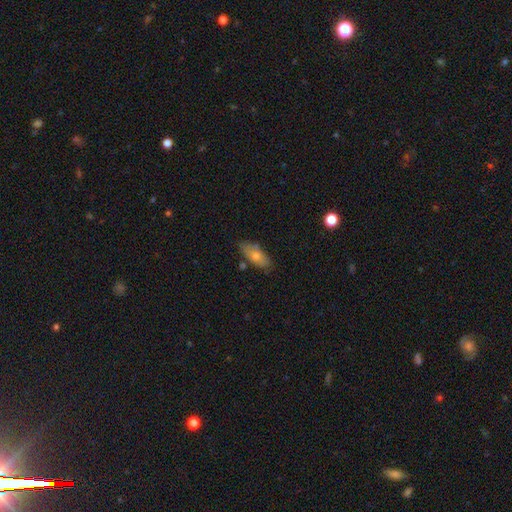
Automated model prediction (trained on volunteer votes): smooth_or_featured: smooth (p=0.63) [alt: featured or disk p=0.29]
how_rounded: in between (p=0.77) [alt: cigar-shaped p=0.19]
merging: none (p=0.79) [alt: minor disturbance p=0.15]